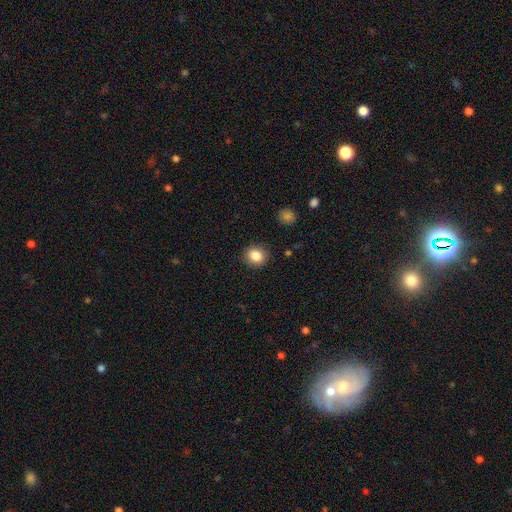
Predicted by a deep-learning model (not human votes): Smooth or featured? Predicted: smooth (p=0.85). How rounded? Predicted: round (p=0.71). Merging? Predicted: none (p=0.89).